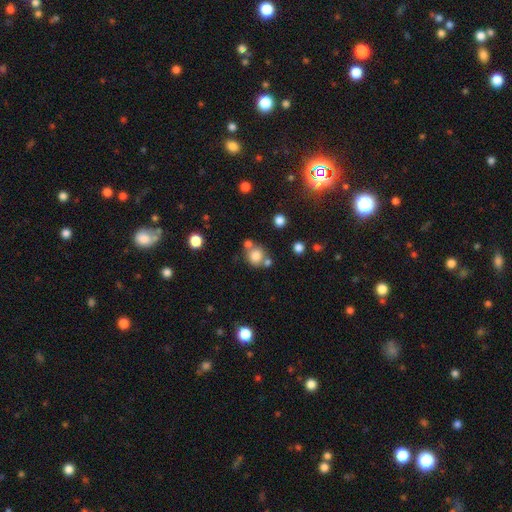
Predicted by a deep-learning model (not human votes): Overall: smooth (79%). How rounded: round (80%). Merging: none (59%; merger 24%).